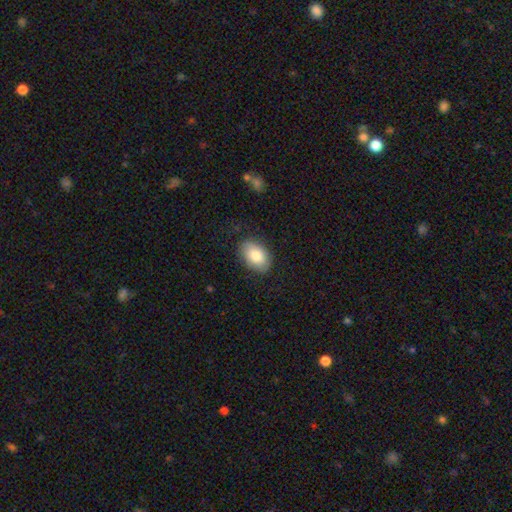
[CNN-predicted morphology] This appears to be a smooth galaxy with no disk features (83%) that is in between round and cigar-shaped (89%). Merging: none (83%).